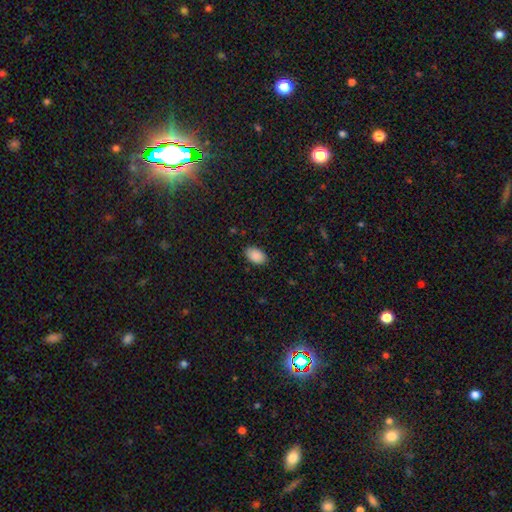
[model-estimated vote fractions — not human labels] Q: Smooth or featured?
A: smooth (90%); runner-up: star or artifact (7%)
Q: How rounded?
A: in between (92%); runner-up: round (6%)
Q: Merging?
A: none (86%); runner-up: minor disturbance (11%)